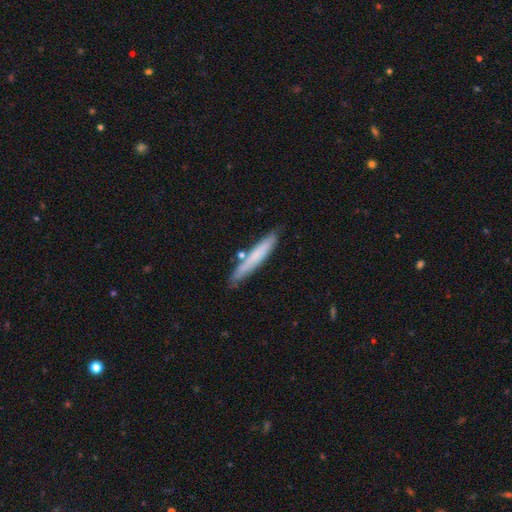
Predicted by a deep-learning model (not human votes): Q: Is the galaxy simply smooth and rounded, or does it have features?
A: smooth — 65%.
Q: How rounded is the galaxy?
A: cigar-shaped — 94%.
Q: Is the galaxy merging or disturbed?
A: none — 80%.